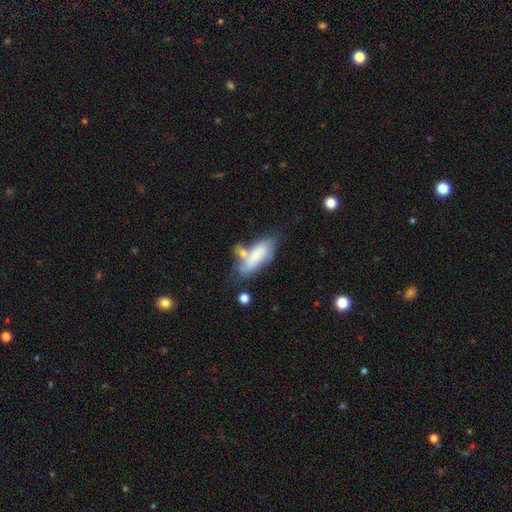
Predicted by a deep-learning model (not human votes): smooth-or-featured: smooth: 70% | featured or disk: 23% | star or artifact: 7%
  how-rounded: in between: 70% | cigar-shaped: 28% | round: 2%
  merging: none: 38% | merger: 27% | minor disturbance: 24% | major disturbance: 12%